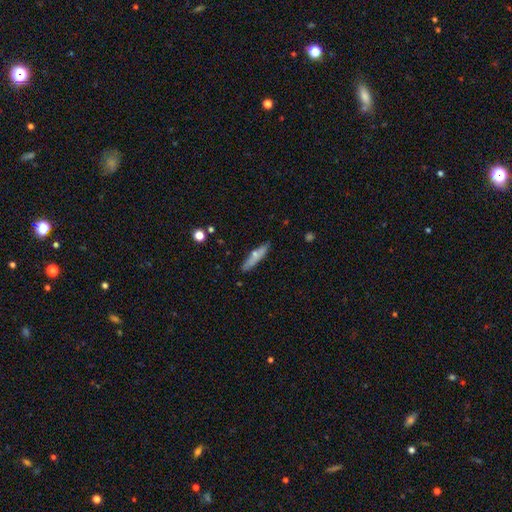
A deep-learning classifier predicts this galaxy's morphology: This is likely a smooth galaxy (64%). How rounded: clearly cigar-shaped (84%). Merging: likely none (80%).